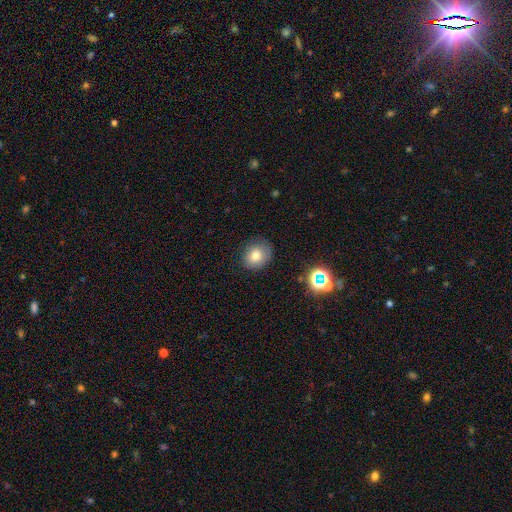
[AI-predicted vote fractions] The model was most divided on "how rounded": round: 67%, in between: 32%, cigar-shaped: 1%. More confident: merging — none (80%); smooth or featured — smooth (75%).